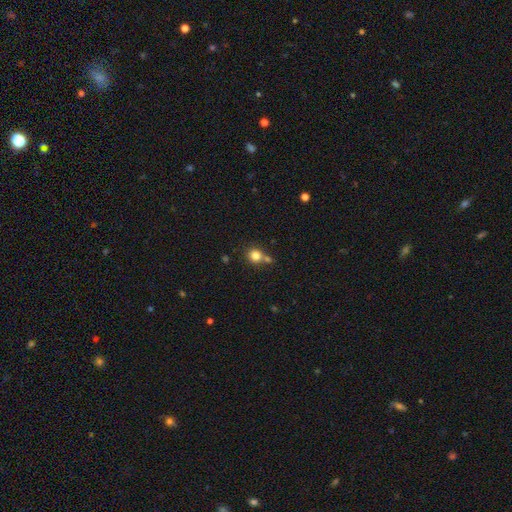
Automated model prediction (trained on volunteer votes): smooth 81%, star or artifact 12%, featured or disk 8%. Down the decision tree: how rounded — round (85%); merging — none (57%).